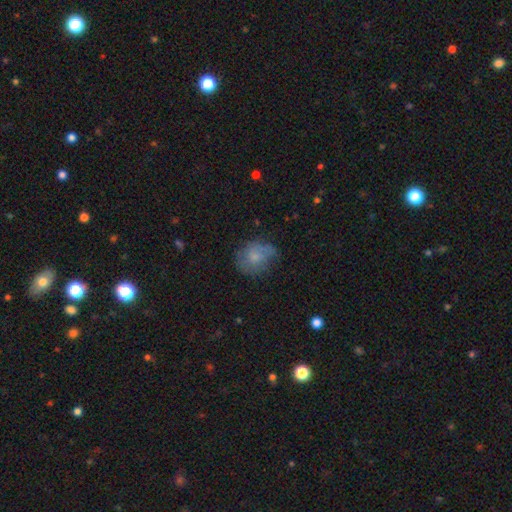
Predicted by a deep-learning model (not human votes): A smooth galaxy with no disk features (64%) that is round (60%). Merging: none (54%).